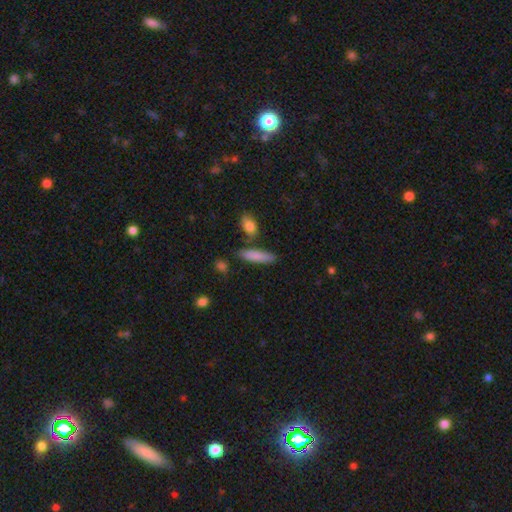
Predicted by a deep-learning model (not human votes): Overall: smooth (83%). How rounded: cigar-shaped (66%; in between 31%). Merging: none (78%).